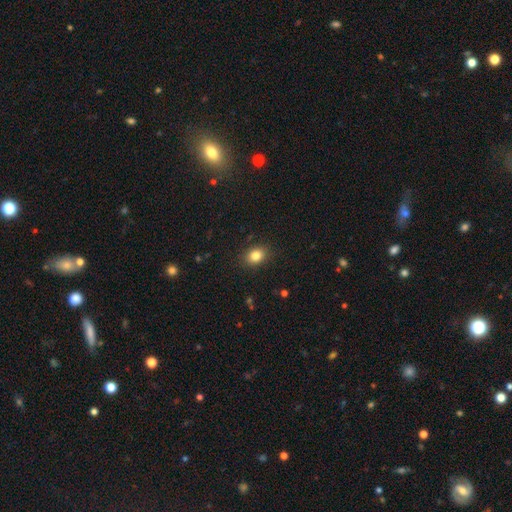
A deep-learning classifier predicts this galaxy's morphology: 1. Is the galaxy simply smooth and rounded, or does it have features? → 83% smooth, 10% star or artifact, 6% featured or disk.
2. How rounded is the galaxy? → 62% in between, 37% round, 1% cigar-shaped.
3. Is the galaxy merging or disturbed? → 88% none, 9% minor disturbance, 2% major disturbance, 1% merger.